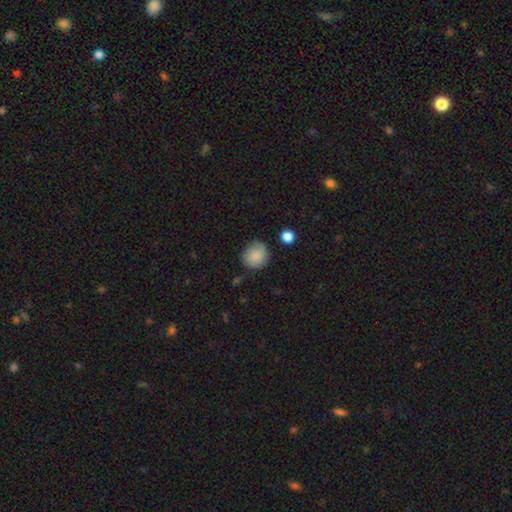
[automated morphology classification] Smooth or featured? Predicted: smooth (p=0.82). How rounded? Predicted: round (p=0.83). Merging? Predicted: none (p=0.71).